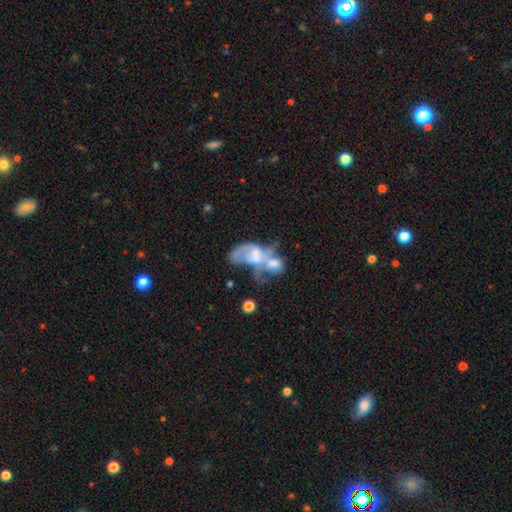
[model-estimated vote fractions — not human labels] This is possibly a featured or disk galaxy (59%). It is clearly not viewed edge-on (96%). Bar: likely no (63%). Spiral arm pattern: possibly yes (53%). Central bulge: marginally moderate (33%, tied with small). Merging: likely merger (67%).